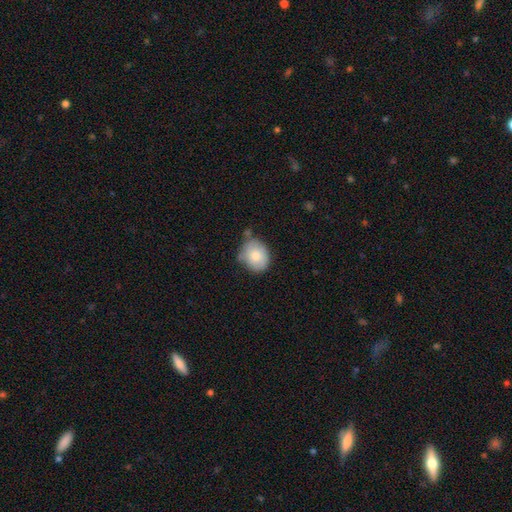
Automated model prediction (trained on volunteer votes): Morphology: type=smooth (79%); roundness=round (57%); merging=none (56%).